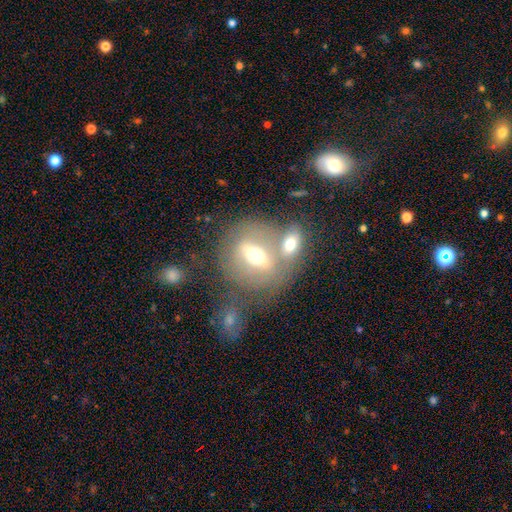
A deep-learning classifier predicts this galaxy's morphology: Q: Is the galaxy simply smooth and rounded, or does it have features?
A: featured or disk — 54%.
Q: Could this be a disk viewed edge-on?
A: no — 76%.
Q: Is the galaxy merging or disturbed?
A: none — 43%.